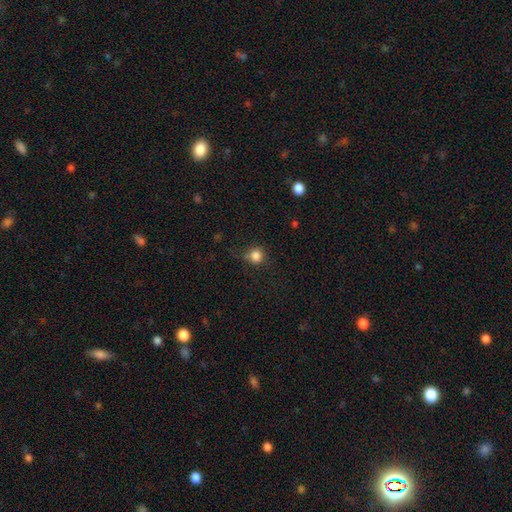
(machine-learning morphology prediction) Smooth or featured: smooth — 83% (star or artifact — 12%)
How rounded: round — 89% (in between — 10%)
Merging: none — 72% (minor disturbance — 19%)